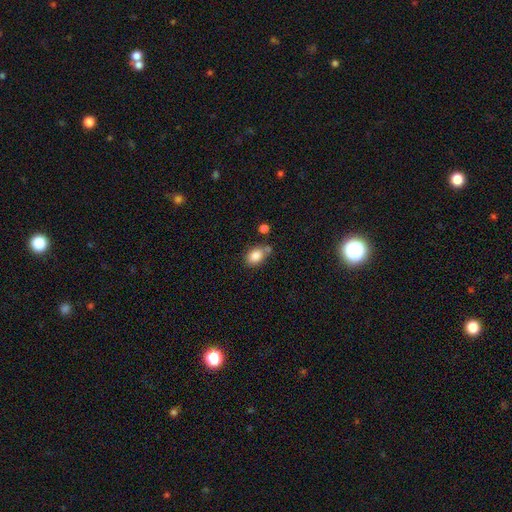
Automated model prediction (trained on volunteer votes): smooth 84%, star or artifact 9%, featured or disk 7%. Down the decision tree: how rounded — in between (74%); merging — none (57%).